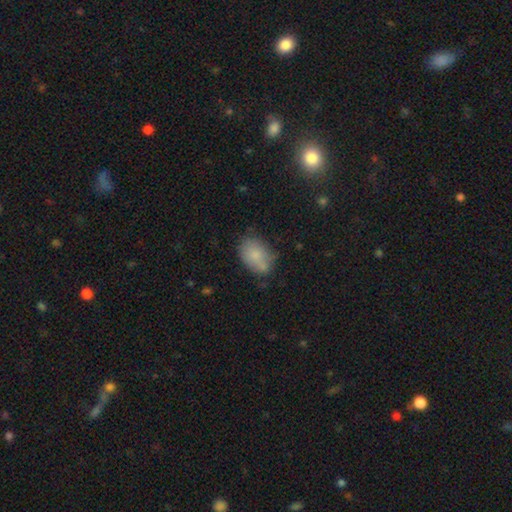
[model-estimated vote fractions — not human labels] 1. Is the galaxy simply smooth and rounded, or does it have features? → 79% smooth, 13% featured or disk, 8% star or artifact.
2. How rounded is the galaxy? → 82% in between, 17% round, 1% cigar-shaped.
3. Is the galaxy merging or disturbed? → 58% none, 25% minor disturbance, 10% merger, 7% major disturbance.